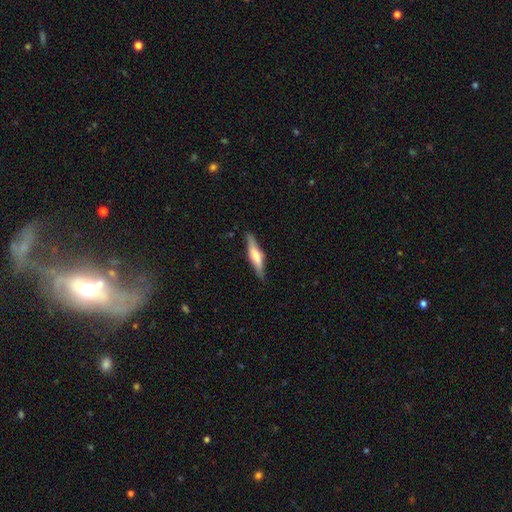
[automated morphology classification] smooth_or_featured: featured or disk (p=0.49) [alt: smooth p=0.46]
merging: none (p=0.83) [alt: minor disturbance p=0.13]